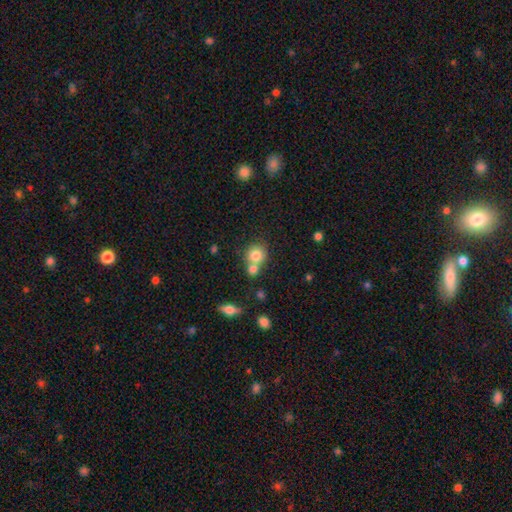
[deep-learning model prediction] A smooth galaxy with no disk features (80%) that is round (83%).

Vote fractions:
- Smooth or featured? smooth: 80% / featured or disk: 10% / star or artifact: 10%
- How rounded? round: 83% / in between: 16% / cigar-shaped: 1%
- Merging? none: 47% / merger: 41% / minor disturbance: 9% / major disturbance: 3%